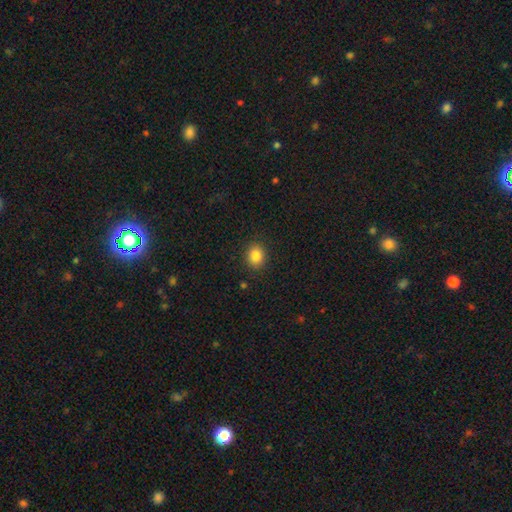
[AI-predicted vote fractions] Smooth or featured?
  - smooth: 85% *
  - star or artifact: 10%
  - featured or disk: 5%
How rounded?
  - round: 67% *
  - in between: 32%
  - cigar-shaped: 1%
Merging?
  - none: 90% *
  - minor disturbance: 7%
  - major disturbance: 2%
  - merger: 1%